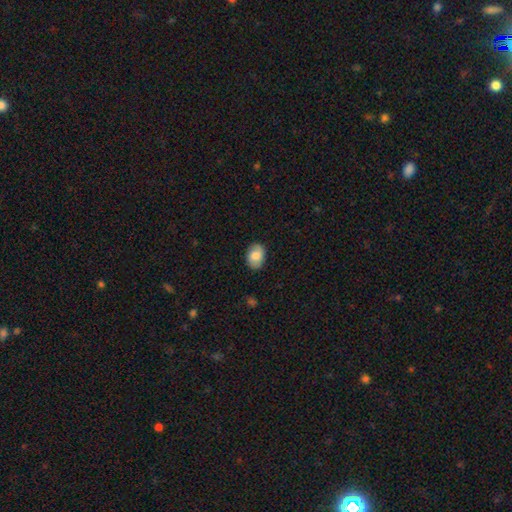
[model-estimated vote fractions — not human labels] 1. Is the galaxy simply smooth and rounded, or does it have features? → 80% smooth, 13% featured or disk, 7% star or artifact.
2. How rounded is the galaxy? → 79% in between, 20% round, 1% cigar-shaped.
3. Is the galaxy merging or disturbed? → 84% none, 12% minor disturbance, 2% major disturbance, 1% merger.